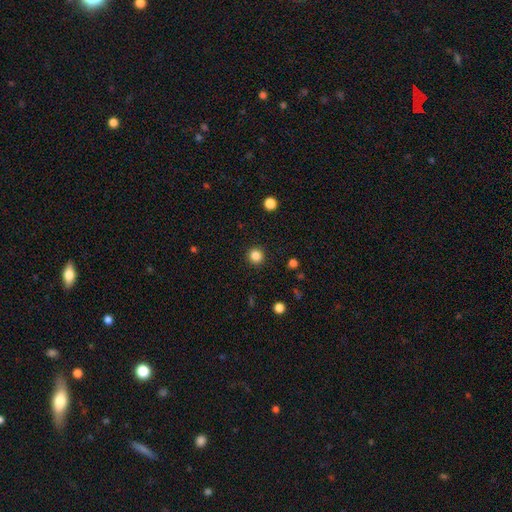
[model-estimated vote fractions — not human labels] Overall: smooth (84%). How rounded: round (94%). Merging: none (92%).